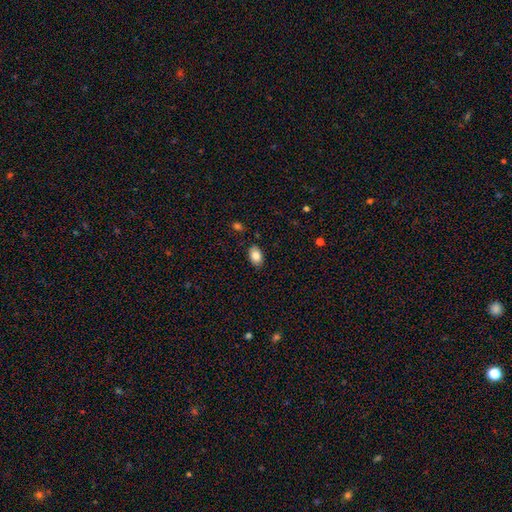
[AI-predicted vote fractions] Overall: smooth (83%). How rounded: in between (90%). Merging: none (86%).